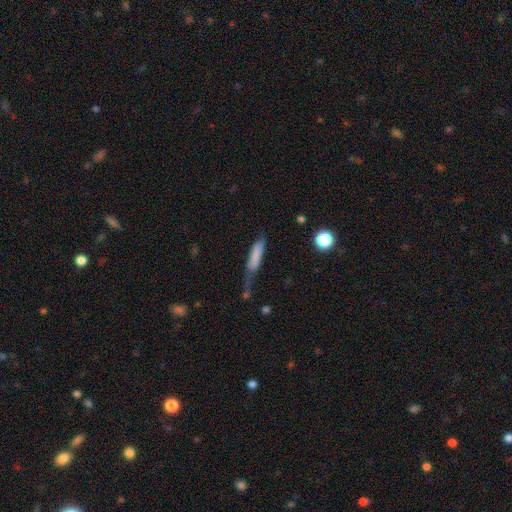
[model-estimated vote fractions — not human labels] The model was most divided on "merging": none: 35%, minor disturbance: 32%, major disturbance: 26%, merger: 7%. More confident: how rounded — cigar-shaped (76%); smooth or featured — smooth (75%).